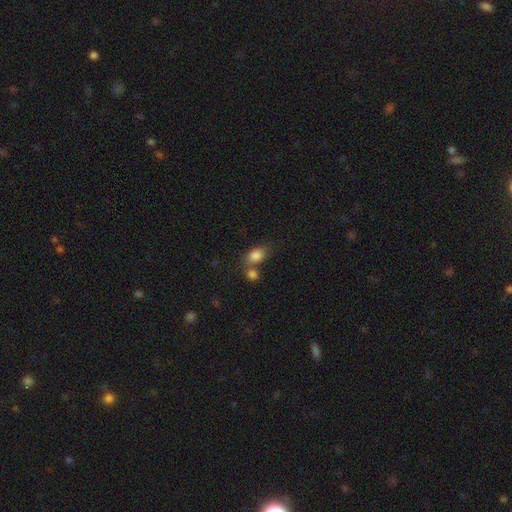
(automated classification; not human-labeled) Smooth or featured?
  - smooth: 84% *
  - star or artifact: 9%
  - featured or disk: 7%
How rounded?
  - in between: 75% *
  - round: 23%
  - cigar-shaped: 2%
Merging?
  - none: 46% *
  - merger: 35%
  - minor disturbance: 13%
  - major disturbance: 5%